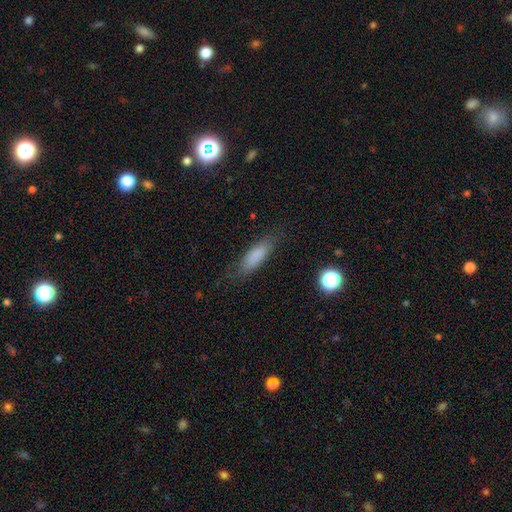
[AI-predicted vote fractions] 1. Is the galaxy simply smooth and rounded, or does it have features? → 81% smooth, 11% featured or disk, 9% star or artifact.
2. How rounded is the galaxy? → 49% cigar-shaped (tied), 49% in between (tied), 2% round.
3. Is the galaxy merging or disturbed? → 78% none, 15% minor disturbance, 5% major disturbance, 1% merger.